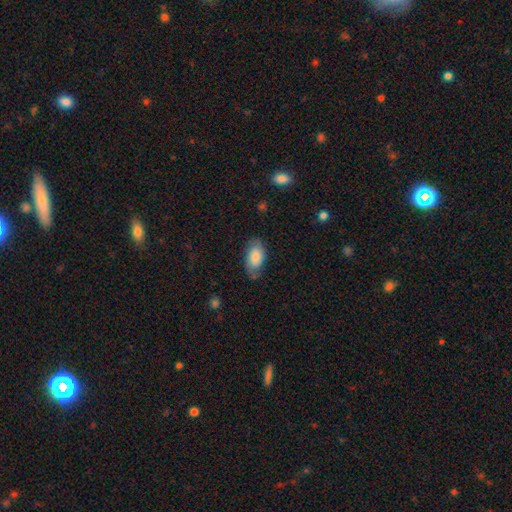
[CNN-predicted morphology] smooth_or_featured: smooth (p=0.69) [alt: featured or disk p=0.24]
how_rounded: in between (p=0.93) [alt: round p=0.04]
merging: none (p=0.68) [alt: minor disturbance p=0.23]